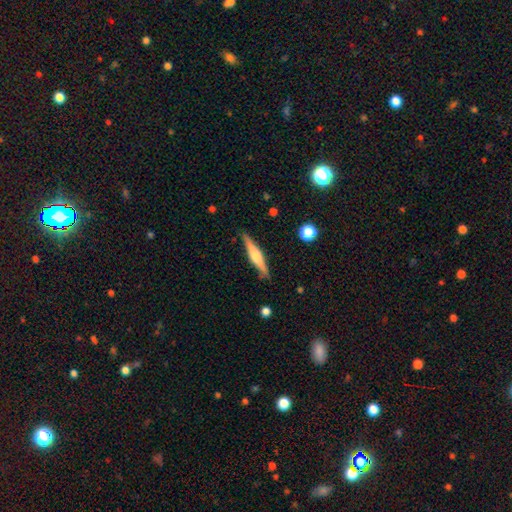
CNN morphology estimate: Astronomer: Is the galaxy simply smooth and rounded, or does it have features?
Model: featured or disk — 57% (runner-up: smooth, 37%).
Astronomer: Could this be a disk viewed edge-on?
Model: yes — 97%.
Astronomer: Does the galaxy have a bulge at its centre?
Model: rounded — 74%.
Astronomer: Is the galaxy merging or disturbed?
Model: none — 87%.